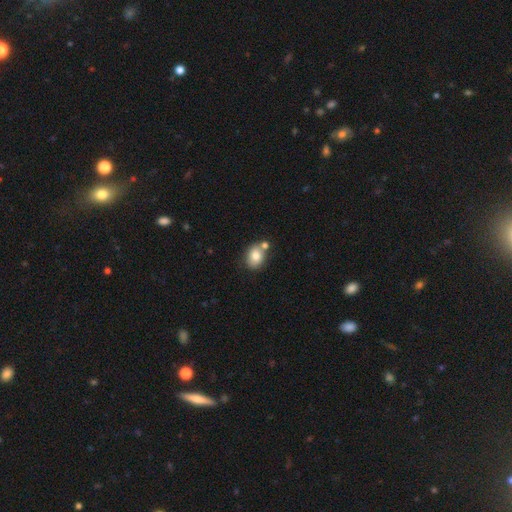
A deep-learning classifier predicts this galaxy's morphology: smooth_or_featured: smooth (p=0.79) [alt: featured or disk p=0.12]
how_rounded: in between (p=0.60) [alt: round p=0.39]
merging: none (p=0.58) [alt: merger p=0.24]